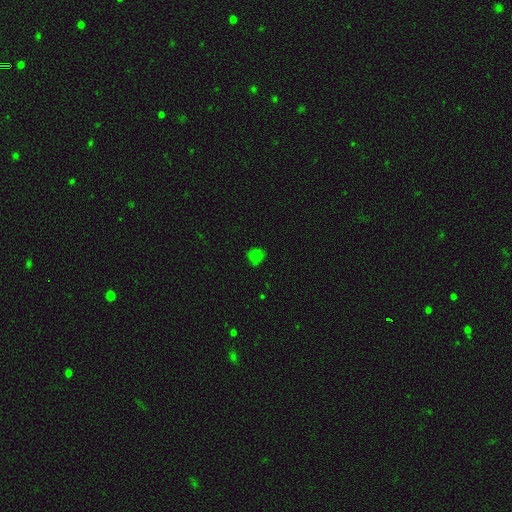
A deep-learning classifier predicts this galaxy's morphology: Smooth or featured? Predicted: smooth (p=0.73). How rounded? Predicted: round (p=0.86). Merging? Predicted: none (p=0.79).